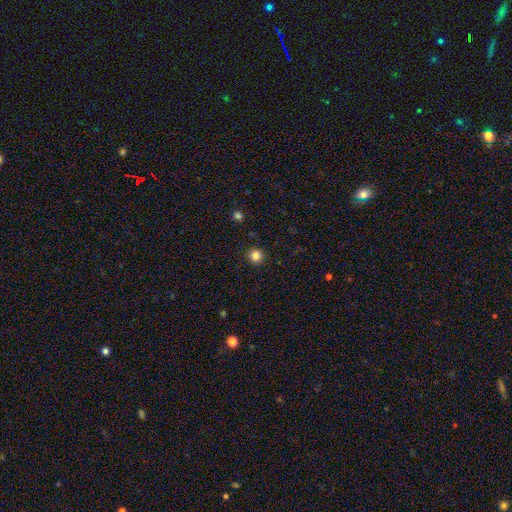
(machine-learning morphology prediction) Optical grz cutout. It shows a smooth galaxy with no disk features (84%) that is round (93%). Merging: none (92%).